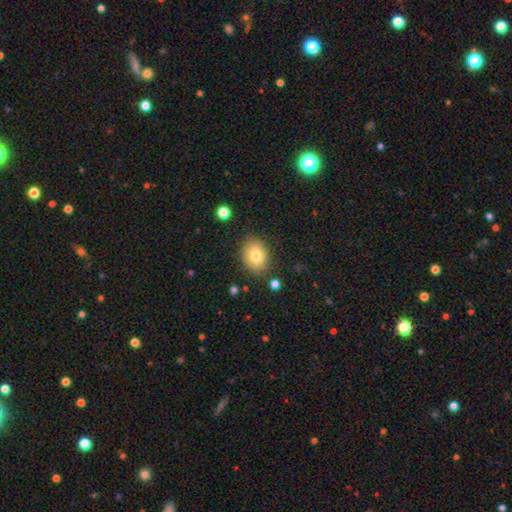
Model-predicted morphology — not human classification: Smooth or featured: smooth — 79% (featured or disk — 12%)
How rounded: in between — 60% (round — 39%)
Merging: none — 81% (minor disturbance — 13%)